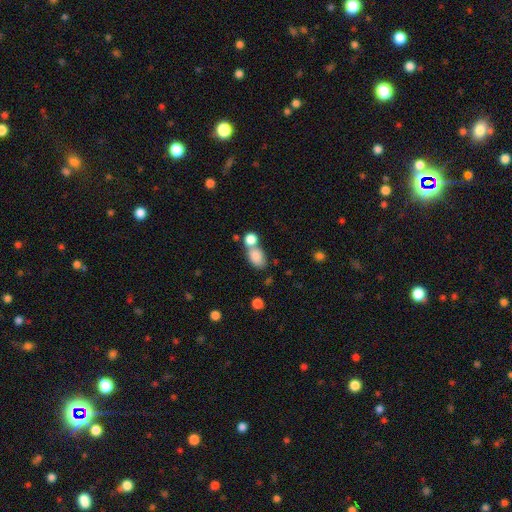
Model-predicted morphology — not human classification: This appears to be a smooth galaxy with no disk features (83%) that is in between round and cigar-shaped (83%). Merging: merger (42%).